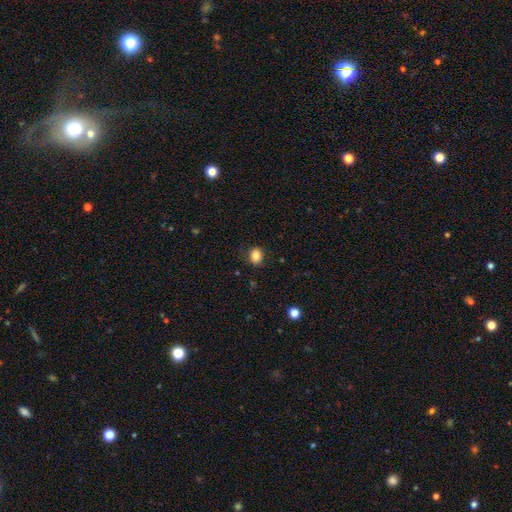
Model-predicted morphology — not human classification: smooth_or_featured: smooth (p=0.84) [alt: star or artifact p=0.10]
how_rounded: round (p=0.59) [alt: in between p=0.40]
merging: none (p=0.85) [alt: minor disturbance p=0.11]